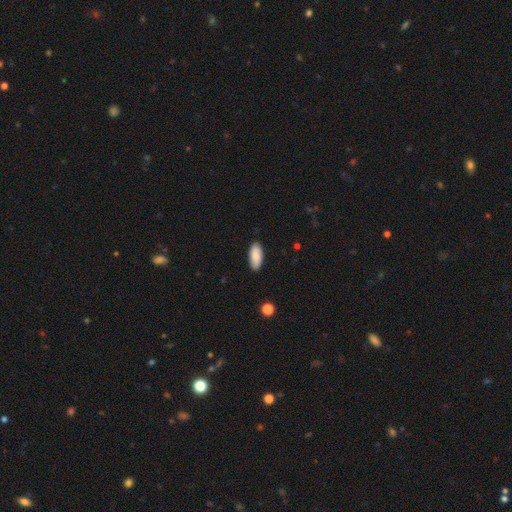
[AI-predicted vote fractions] This appears to be a smooth galaxy with no disk features (86%) that is in between round and cigar-shaped (87%). Merging: none (87%).